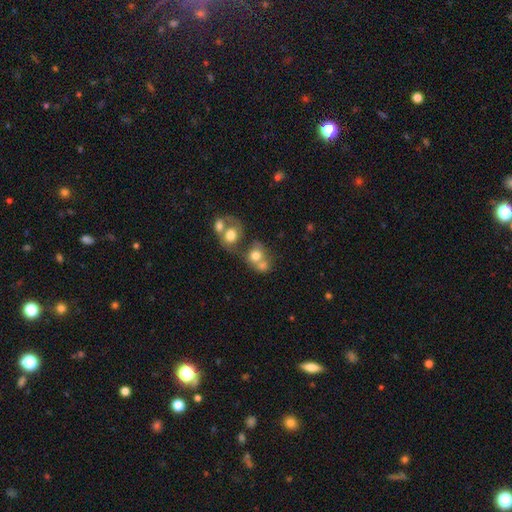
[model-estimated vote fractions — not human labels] This appears to be a smooth galaxy with no disk features (68%) that is round (69%). Merging: merger (58%).